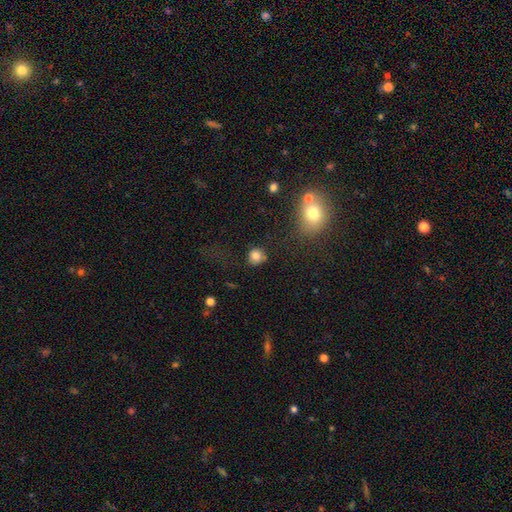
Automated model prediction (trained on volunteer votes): Morphology: type=smooth (81%); roundness=round (87%); merging=none (79%).